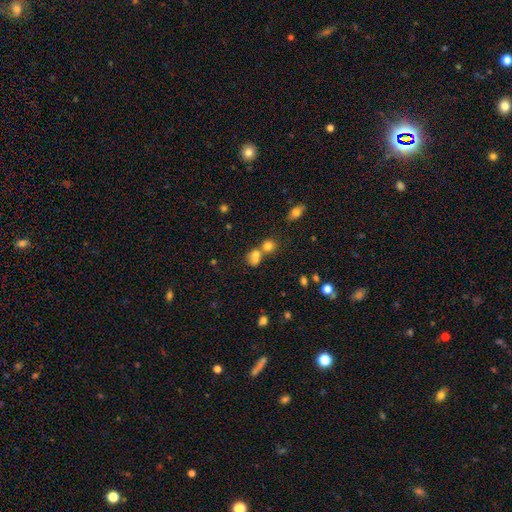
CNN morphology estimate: A smooth galaxy with no disk features (72%) that is round (58%). Merging: merger (52%).